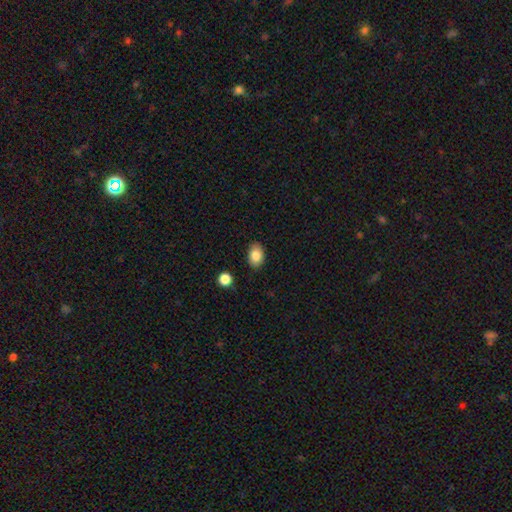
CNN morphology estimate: A smooth galaxy with no disk features (85%) that is in between round and cigar-shaped (80%). Merging: none (86%).